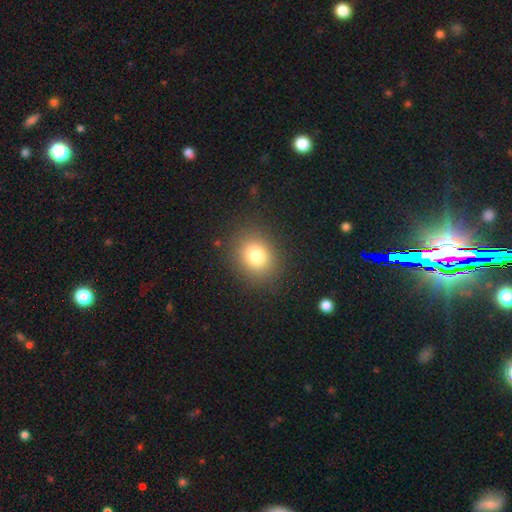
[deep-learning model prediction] smooth-or-featured: smooth: 78% | star or artifact: 14% | featured or disk: 9%
  how-rounded: round: 71% | in between: 29% | cigar-shaped: 1%
  merging: none: 87% | minor disturbance: 8% | major disturbance: 4% | merger: 1%